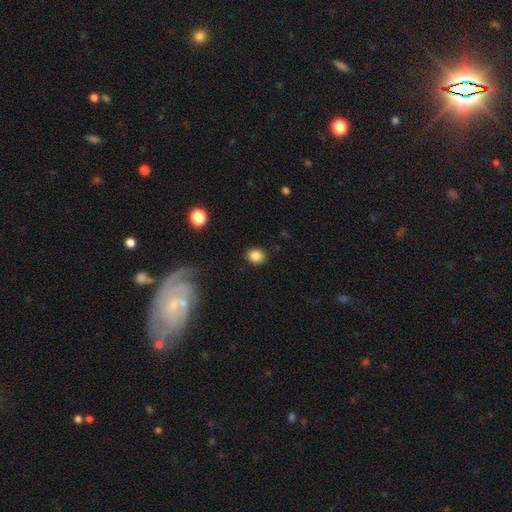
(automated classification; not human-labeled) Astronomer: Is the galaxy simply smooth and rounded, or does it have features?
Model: smooth — 85%.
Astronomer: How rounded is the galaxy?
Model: round — 56% (runner-up: in between, 43%).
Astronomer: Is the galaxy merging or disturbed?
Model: none — 88%.